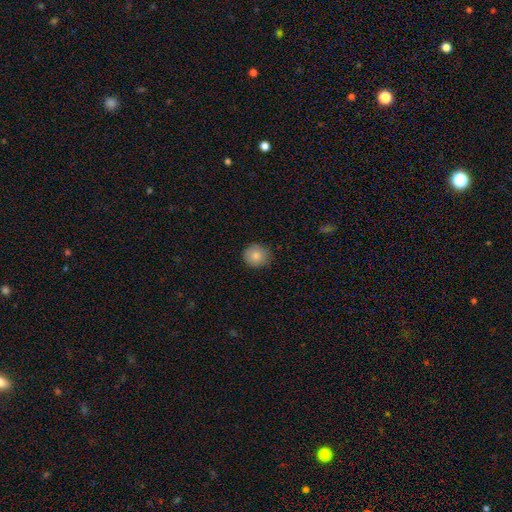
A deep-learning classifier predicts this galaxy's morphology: A smooth galaxy with no disk features (84%) that is round (89%). Merging: none (87%).